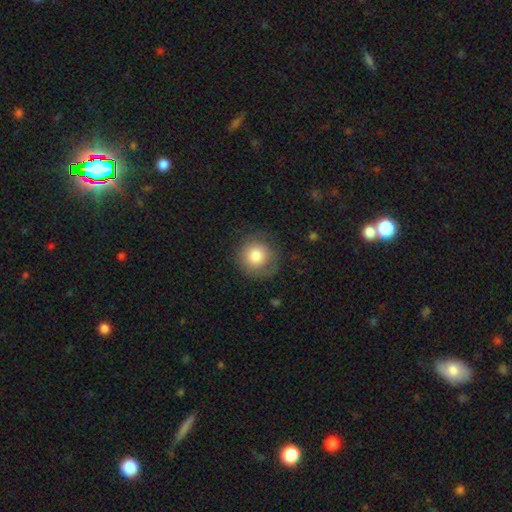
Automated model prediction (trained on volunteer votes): Smooth or featured: smooth — 81% (featured or disk — 11%)
How rounded: round — 94% (in between — 6%)
Merging: none — 79% (minor disturbance — 14%)